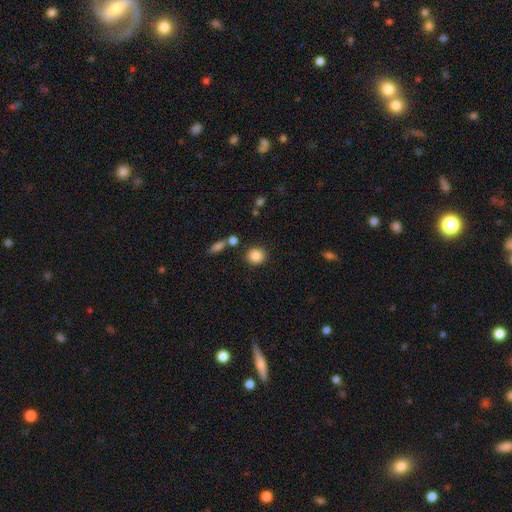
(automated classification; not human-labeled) A smooth galaxy with no disk features (85%) that is round (86%). Merging: none (84%).